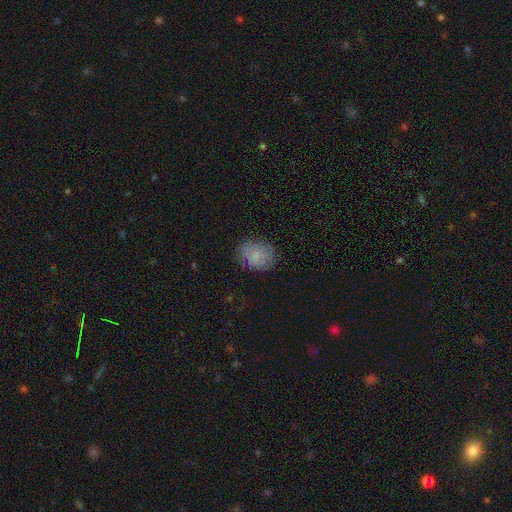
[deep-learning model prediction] Q: Smooth or featured?
A: smooth (77%); runner-up: featured or disk (15%)
Q: How rounded?
A: in between (53%); runner-up: round (46%)
Q: Merging?
A: none (75%); runner-up: minor disturbance (18%)